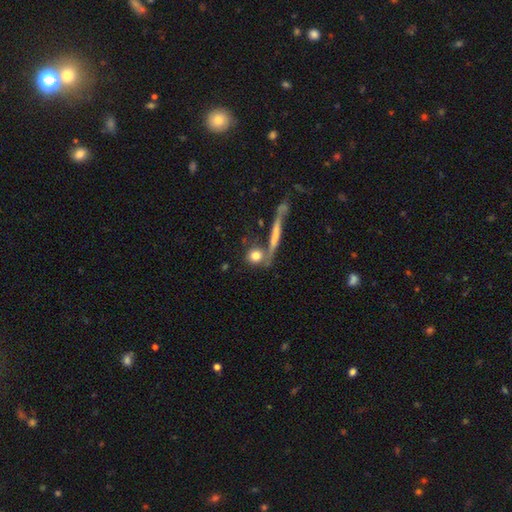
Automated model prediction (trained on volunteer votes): A smooth galaxy with no disk features (77%) that is round (77%). Merging: none (60%).